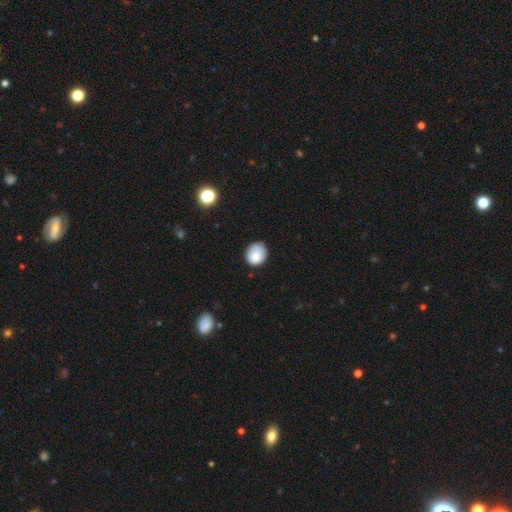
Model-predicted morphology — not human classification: smooth-or-featured: smooth: 84% | star or artifact: 9% | featured or disk: 7%
  how-rounded: round: 71% | in between: 28% | cigar-shaped: 1%
  merging: none: 76% | minor disturbance: 19% | major disturbance: 3% | merger: 2%